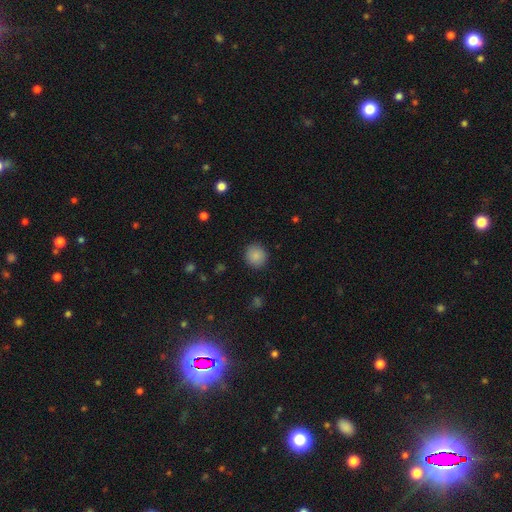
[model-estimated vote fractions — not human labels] smooth 87%, star or artifact 9%, featured or disk 4%. Down the decision tree: how rounded — round (89%); merging — none (90%).